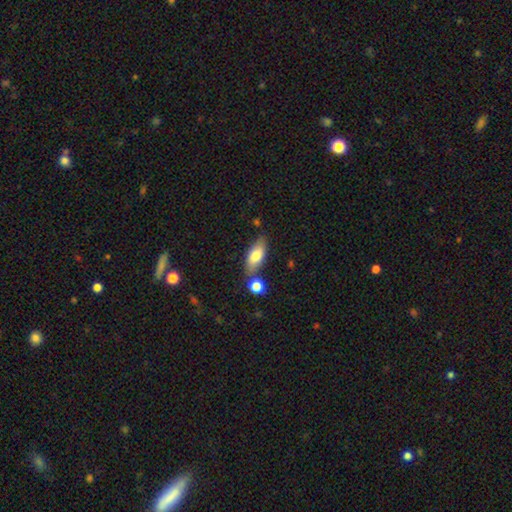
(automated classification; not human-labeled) smooth-or-featured: smooth: 74% | featured or disk: 19% | star or artifact: 7%
  how-rounded: in between: 82% | cigar-shaped: 14% | round: 4%
  merging: none: 66% | minor disturbance: 16% | merger: 14% | major disturbance: 4%